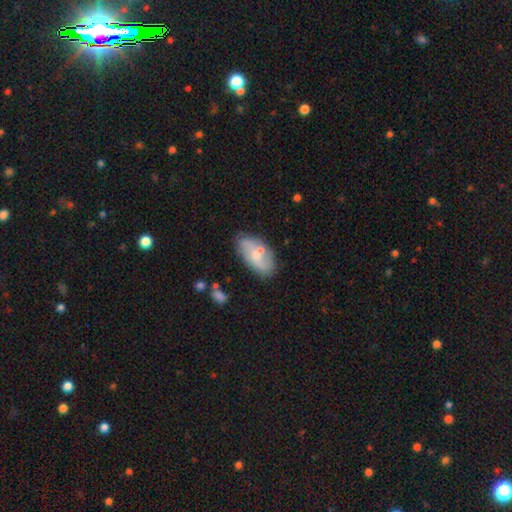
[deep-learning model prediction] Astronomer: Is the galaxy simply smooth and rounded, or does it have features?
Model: smooth — 50% (runner-up: featured or disk, 43%).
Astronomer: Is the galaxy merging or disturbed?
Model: none — 60%.